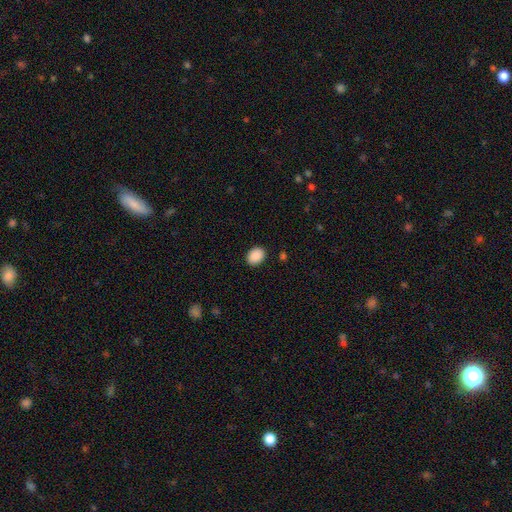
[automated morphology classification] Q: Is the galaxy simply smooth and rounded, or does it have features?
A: smooth — 90%.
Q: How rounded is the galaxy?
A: in between — 62%.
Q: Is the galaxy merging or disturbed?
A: none — 89%.